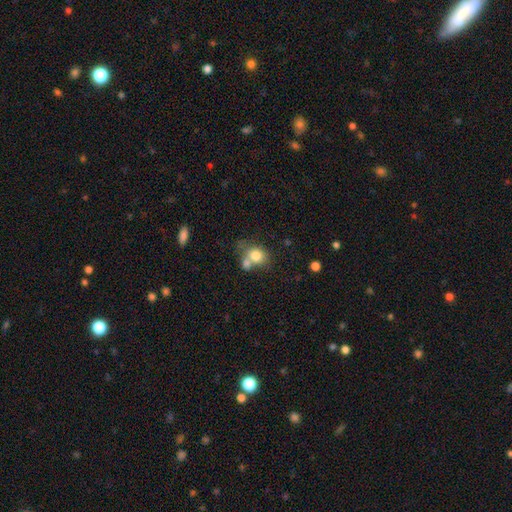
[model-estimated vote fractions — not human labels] The model was most divided on "merging": merger: 43%, none: 37%, minor disturbance: 13%, major disturbance: 7%. More confident: smooth or featured — smooth (78%); how rounded — round (65%).